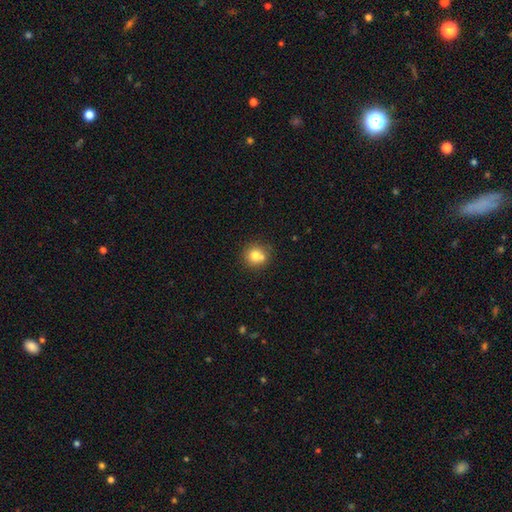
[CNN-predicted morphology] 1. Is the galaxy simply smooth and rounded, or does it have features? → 76% smooth, 13% featured or disk, 11% star or artifact.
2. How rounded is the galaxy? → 88% round, 11% in between, 1% cigar-shaped.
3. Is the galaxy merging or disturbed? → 62% none, 24% merger, 11% minor disturbance, 3% major disturbance.